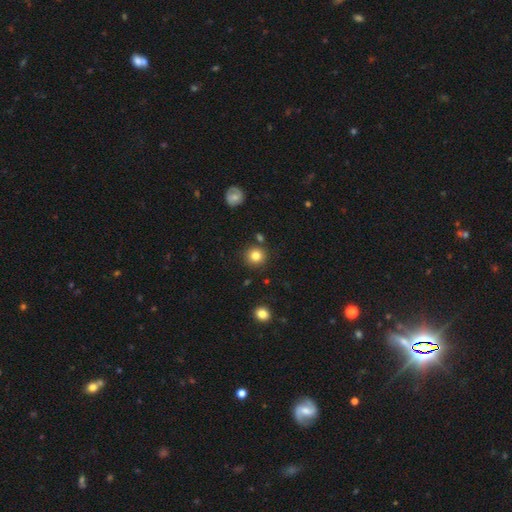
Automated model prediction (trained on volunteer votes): A smooth galaxy with no disk features (83%) that is round (92%). Merging: none (86%).